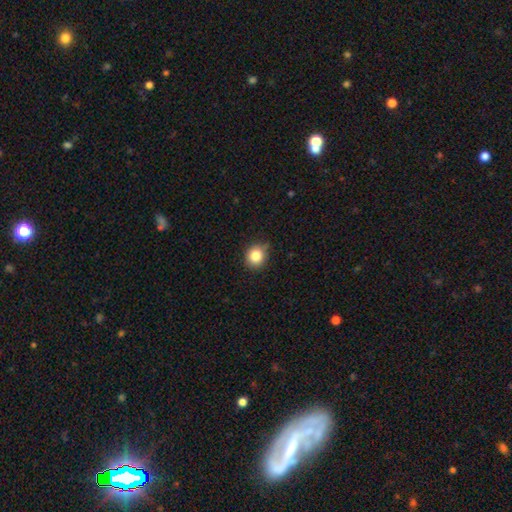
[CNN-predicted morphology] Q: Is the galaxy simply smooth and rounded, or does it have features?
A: smooth — 84%.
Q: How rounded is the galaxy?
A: round — 84%.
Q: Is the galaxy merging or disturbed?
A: none — 82%.